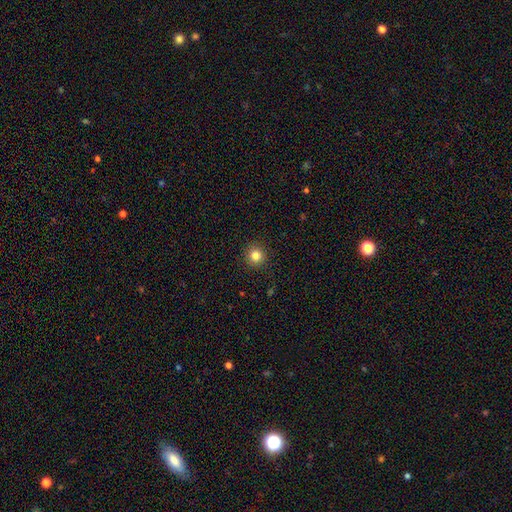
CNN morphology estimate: Smooth or featured: smooth — 82% (star or artifact — 12%)
How rounded: round — 94% (in between — 5%)
Merging: none — 92% (minor disturbance — 5%)